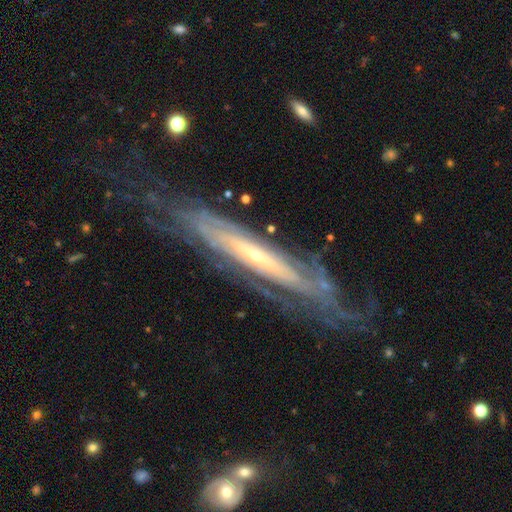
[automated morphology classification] Smooth or featured?
  - featured or disk: 82% *
  - smooth: 12%
  - star or artifact: 6%
Edge-on disk?
  - no: 56% *
  - yes: 44%
Merging?
  - none: 68% *
  - minor disturbance: 19%
  - major disturbance: 11%
  - merger: 2%